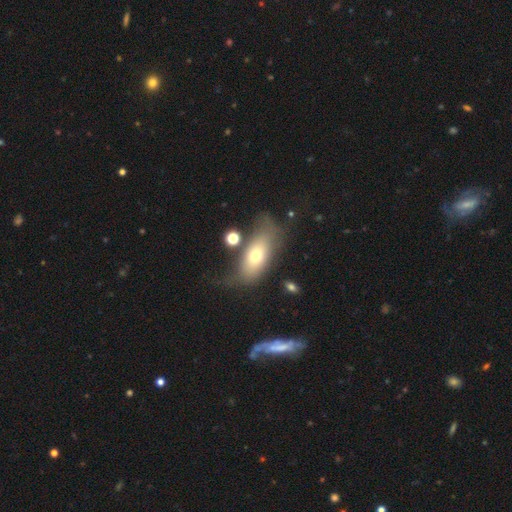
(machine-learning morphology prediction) This is likely a smooth galaxy (63%). How rounded: clearly in between (84%). Merging: marginally none (44%).